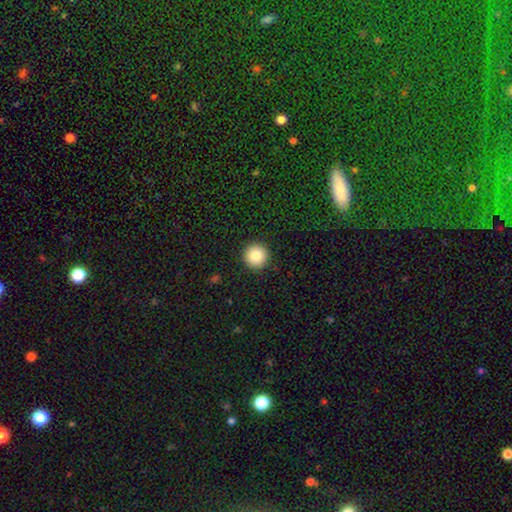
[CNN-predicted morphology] A smooth galaxy with no disk features (84%) that is round (96%). Merging: none (93%).